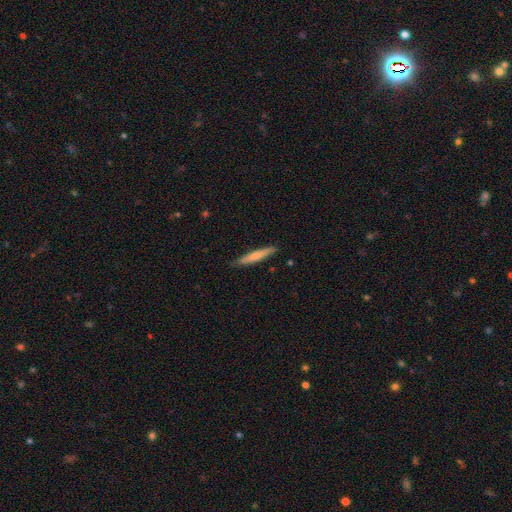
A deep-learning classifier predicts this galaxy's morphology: Smooth or featured? Predicted: smooth (p=0.65). How rounded? Predicted: cigar-shaped (p=0.94). Merging? Predicted: none (p=0.87).